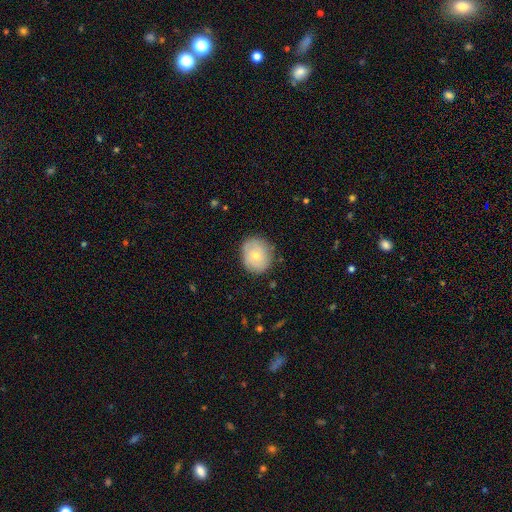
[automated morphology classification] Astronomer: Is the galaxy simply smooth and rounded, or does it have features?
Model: smooth — 62%.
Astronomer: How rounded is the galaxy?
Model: round — 72%.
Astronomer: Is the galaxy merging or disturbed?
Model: none — 81%.